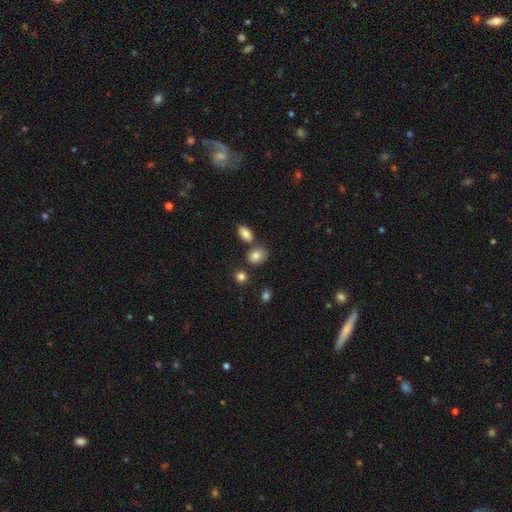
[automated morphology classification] smooth_or_featured: smooth (p=0.83) [alt: star or artifact p=0.10]
how_rounded: in between (p=0.59) [alt: round p=0.40]
merging: none (p=0.65) [alt: merger p=0.18]